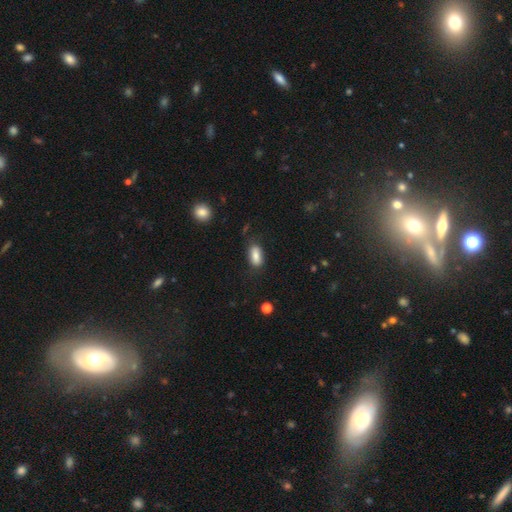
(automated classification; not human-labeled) smooth-or-featured: smooth: 84% | featured or disk: 8% | star or artifact: 7%
  how-rounded: in between: 87% | cigar-shaped: 10% | round: 4%
  merging: none: 73% | minor disturbance: 19% | major disturbance: 5% | merger: 2%